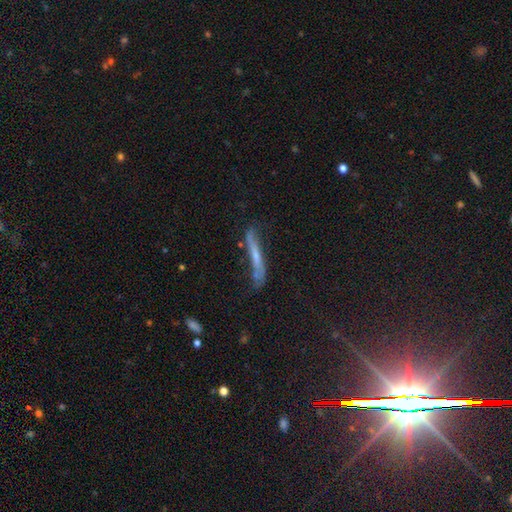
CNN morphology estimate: This appears to be a featured or disk galaxy (56%) viewed edge-on (69%). Merging: none (59%).